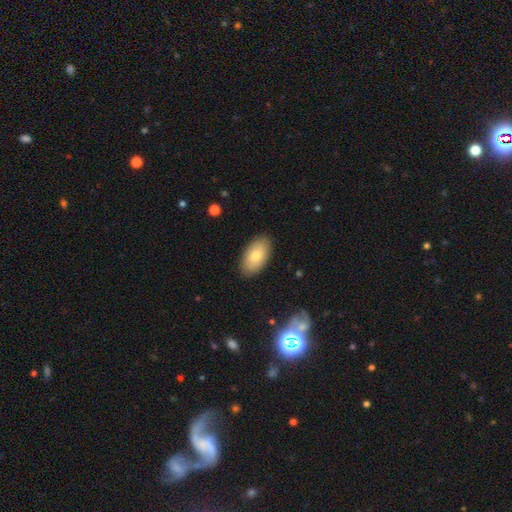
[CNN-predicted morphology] smooth 77%, featured or disk 16%, star or artifact 7%. Down the decision tree: how rounded — in between (95%); merging — none (88%).